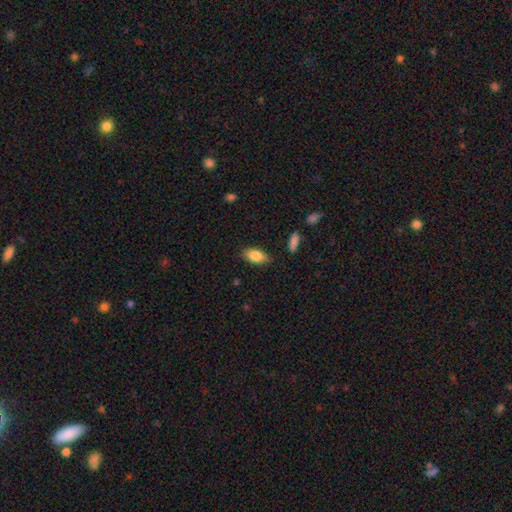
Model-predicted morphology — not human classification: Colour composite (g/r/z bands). It shows a smooth galaxy with no disk features (83%) that is in between round and cigar-shaped (90%). Merging: none (84%).